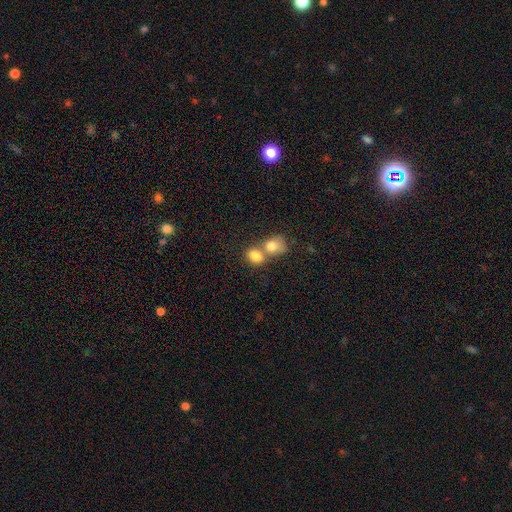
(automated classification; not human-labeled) Smooth or featured: smooth — 81% (featured or disk — 10%)
How rounded: in between — 53% (round — 46%)
Merging: merger — 63% (none — 27%)